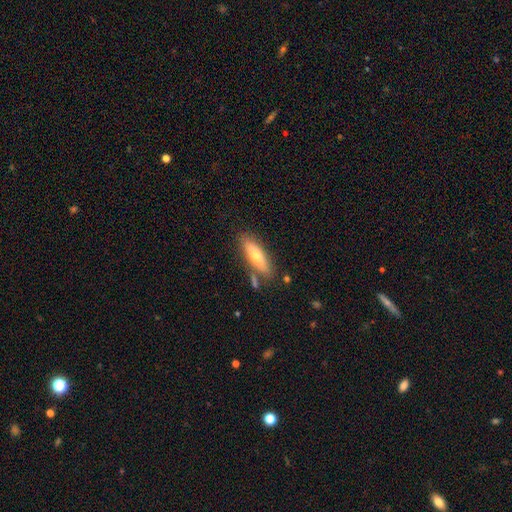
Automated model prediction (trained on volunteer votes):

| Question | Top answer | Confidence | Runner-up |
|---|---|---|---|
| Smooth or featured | smooth | 61% | featured or disk (32%) |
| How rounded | in between | 49% | tied: cigar-shaped (49%) |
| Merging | none | 76% | minor disturbance (14%) |